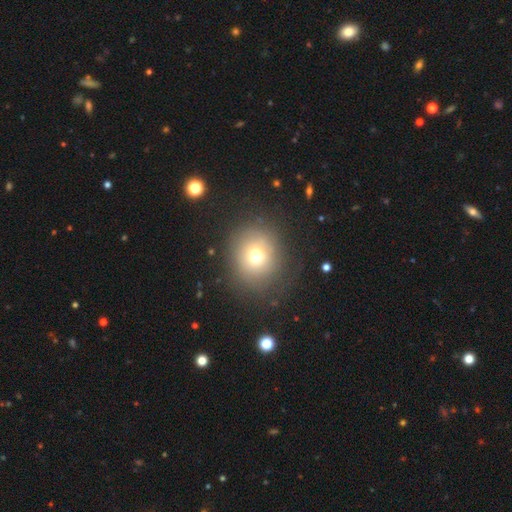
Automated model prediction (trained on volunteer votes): Smooth or featured? smooth (71%)
How rounded? round (82%)
Merging? none (78%)